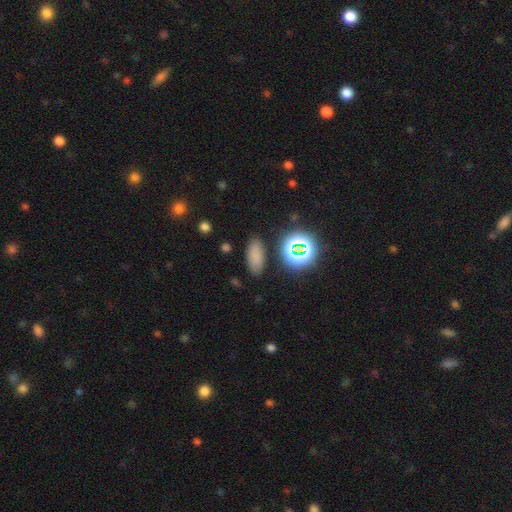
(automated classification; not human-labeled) Morphology: type=smooth (74%); roundness=in between (81%); merging=none (84%).